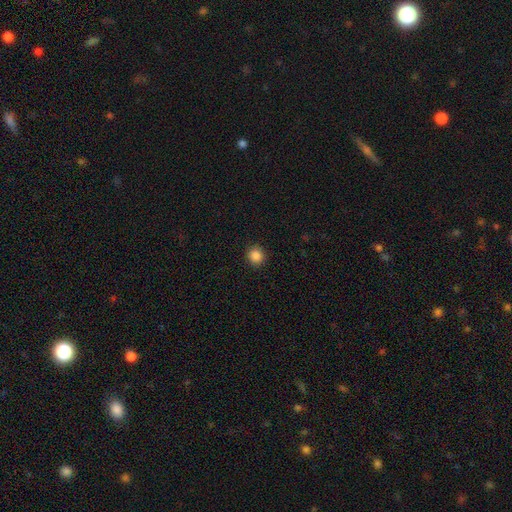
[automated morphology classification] A smooth galaxy with no disk features (86%) that is round (89%).

Vote fractions:
- Smooth or featured? smooth: 86% / star or artifact: 11% / featured or disk: 3%
- How rounded? round: 89% / in between: 10% / cigar-shaped: 1%
- Merging? none: 92% / minor disturbance: 6% / major disturbance: 2% / merger: 1%